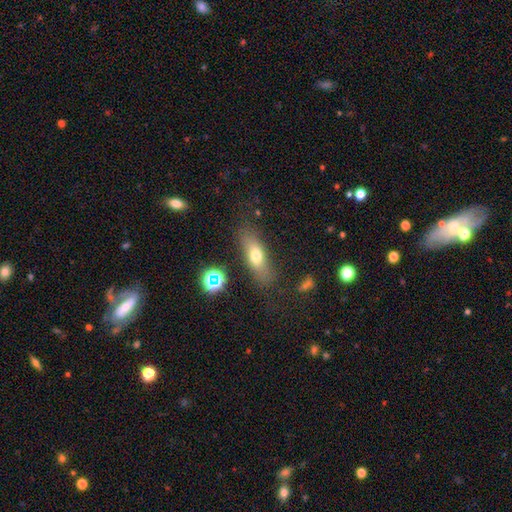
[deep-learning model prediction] Q: Smooth or featured?
A: smooth (66%); runner-up: featured or disk (23%)
Q: How rounded?
A: in between (61%); runner-up: cigar-shaped (33%)
Q: Merging?
A: none (75%); runner-up: minor disturbance (15%)